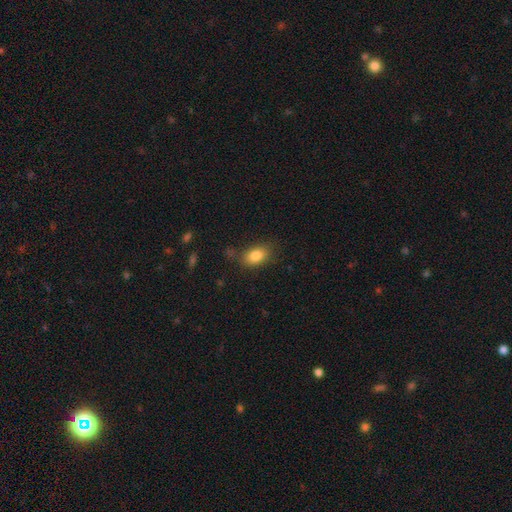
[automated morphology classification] Q: Smooth or featured?
A: smooth (84%); runner-up: star or artifact (9%)
Q: How rounded?
A: in between (86%); runner-up: round (12%)
Q: Merging?
A: none (77%); runner-up: minor disturbance (15%)